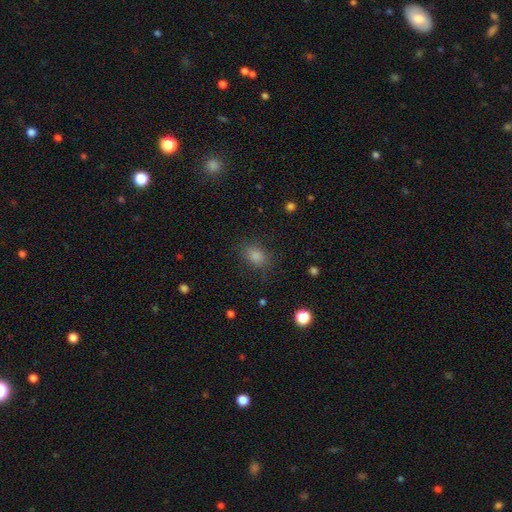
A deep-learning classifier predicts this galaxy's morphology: smooth-or-featured: smooth: 79% | star or artifact: 15% | featured or disk: 5%
  how-rounded: in between: 64% | round: 35% | cigar-shaped: 1%
  merging: none: 83% | minor disturbance: 11% | major disturbance: 4% | merger: 1%